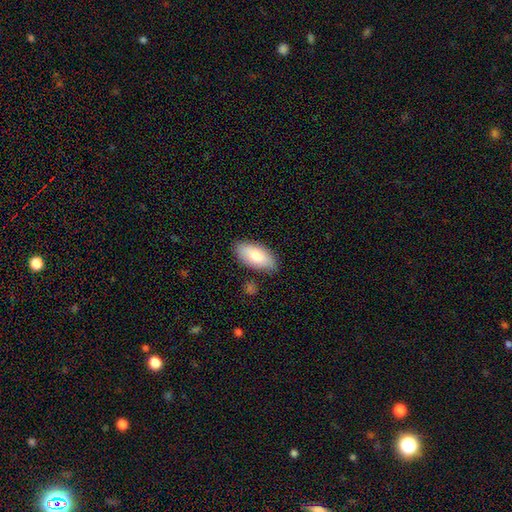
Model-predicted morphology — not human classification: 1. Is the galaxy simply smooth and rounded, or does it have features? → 77% smooth, 16% featured or disk, 6% star or artifact.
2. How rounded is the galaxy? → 91% in between, 7% cigar-shaped, 3% round.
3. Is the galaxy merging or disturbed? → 81% none, 14% minor disturbance, 3% major disturbance, 2% merger.